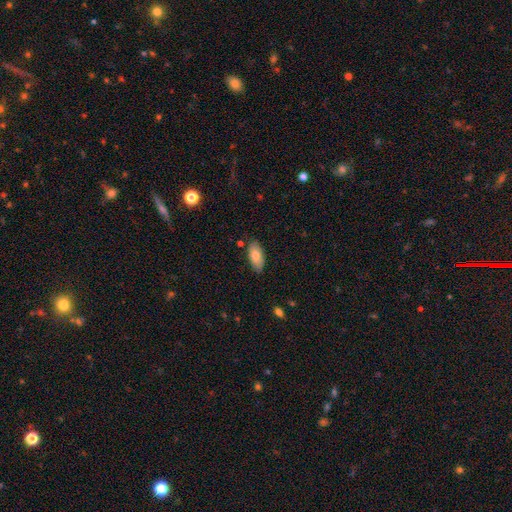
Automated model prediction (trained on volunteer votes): A smooth galaxy with no disk features (79%) that is in between round and cigar-shaped (89%).

Vote fractions:
- Smooth or featured? smooth: 79% / featured or disk: 15% / star or artifact: 6%
- How rounded? in between: 89% / cigar-shaped: 8% / round: 2%
- Merging? none: 83% / minor disturbance: 13% / major disturbance: 2% / merger: 2%